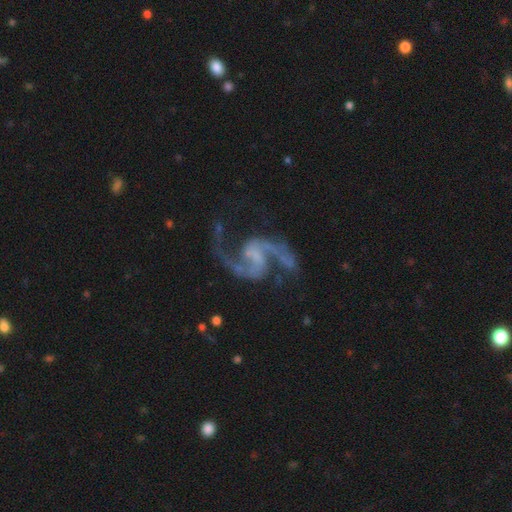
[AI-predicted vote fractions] Morphology: type=featured or disk (93%); edge-on=no (98%); bar=weak (46%); spiral arms=yes (98%); winding=medium (47%); arm count=2 (94%); bulge=none (56%); merging=none (71%).